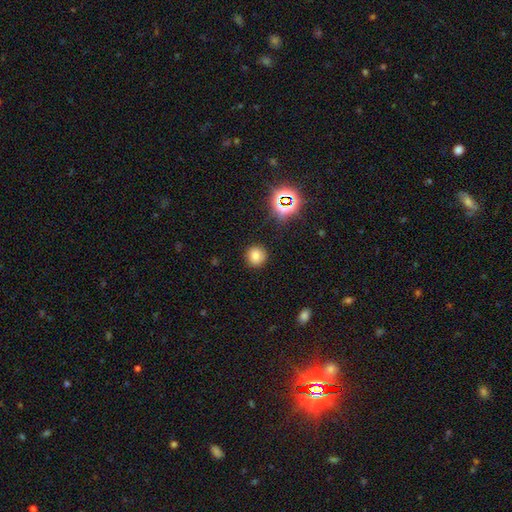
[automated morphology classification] smooth-or-featured: smooth: 76% | star or artifact: 17% | featured or disk: 7%
  how-rounded: round: 92% | in between: 7% | cigar-shaped: 1%
  merging: none: 89% | minor disturbance: 7% | major disturbance: 3% | merger: 1%